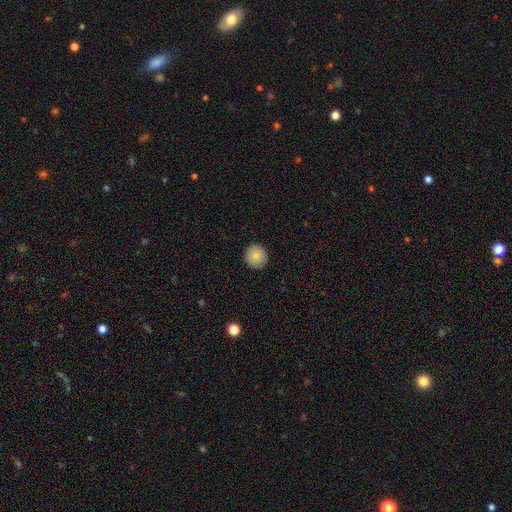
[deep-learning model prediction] A smooth galaxy with no disk features (86%) that is round (90%). Merging: none (90%).